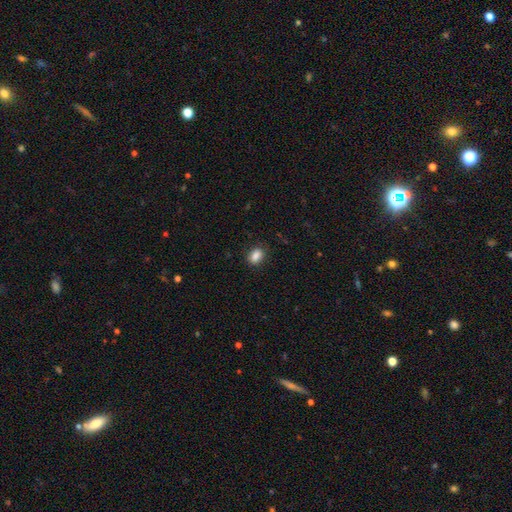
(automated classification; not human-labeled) This is clearly a smooth galaxy (87%). How rounded: likely in between (79%). Merging: clearly none (85%).